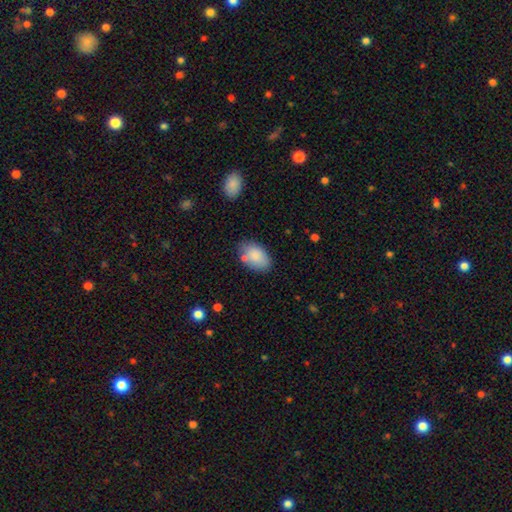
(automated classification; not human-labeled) A smooth galaxy with no disk features (85%) that is in between round and cigar-shaped (92%). Merging: none (70%).